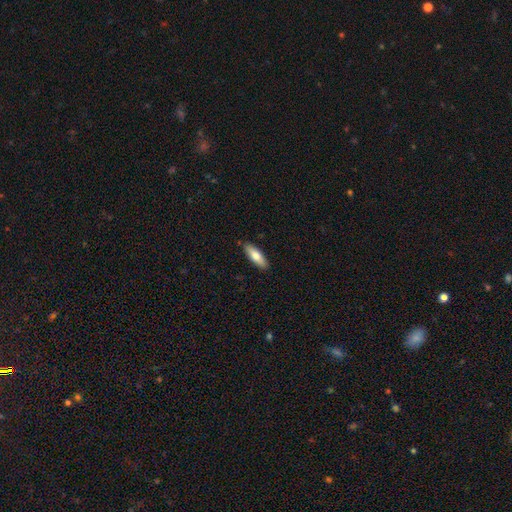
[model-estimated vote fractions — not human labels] Q: Smooth or featured?
A: smooth (73%); runner-up: featured or disk (21%)
Q: How rounded?
A: in between (55%); runner-up: cigar-shaped (43%)
Q: Merging?
A: none (89%); runner-up: minor disturbance (9%)